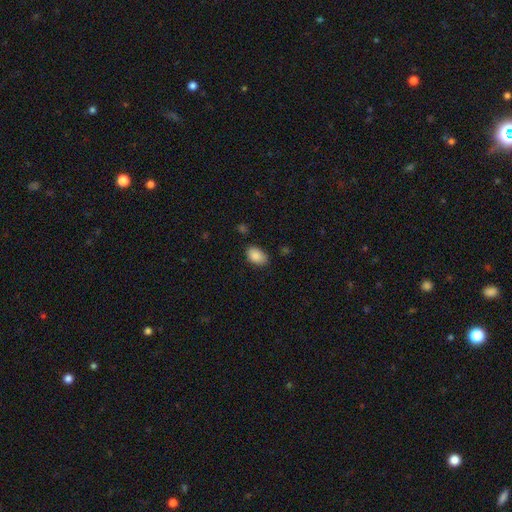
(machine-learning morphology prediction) A smooth galaxy with no disk features (89%) that is in between round and cigar-shaped (88%). Merging: none (77%).